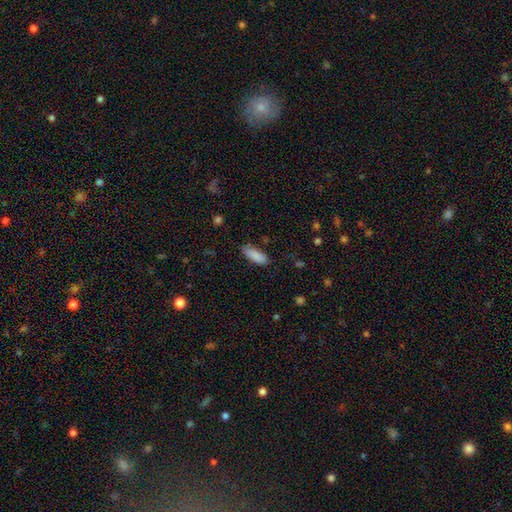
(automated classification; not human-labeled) This appears to be a smooth galaxy with no disk features (88%) that is in between round and cigar-shaped (69%). Merging: none (81%).